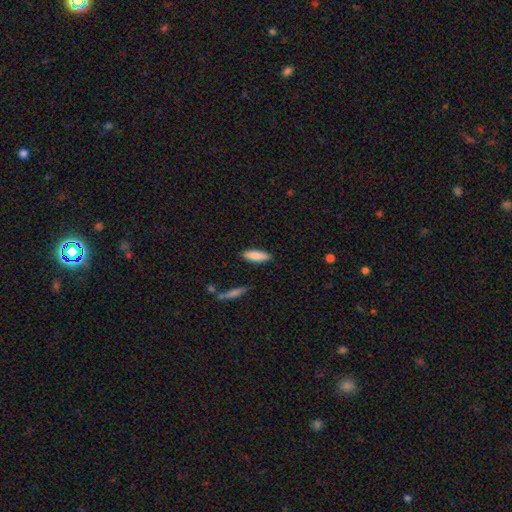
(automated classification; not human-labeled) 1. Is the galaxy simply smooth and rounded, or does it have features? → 87% smooth, 8% featured or disk, 6% star or artifact.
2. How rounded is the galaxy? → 53% in between, 45% cigar-shaped, 2% round.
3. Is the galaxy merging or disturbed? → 86% none, 10% minor disturbance, 2% major disturbance, 2% merger.